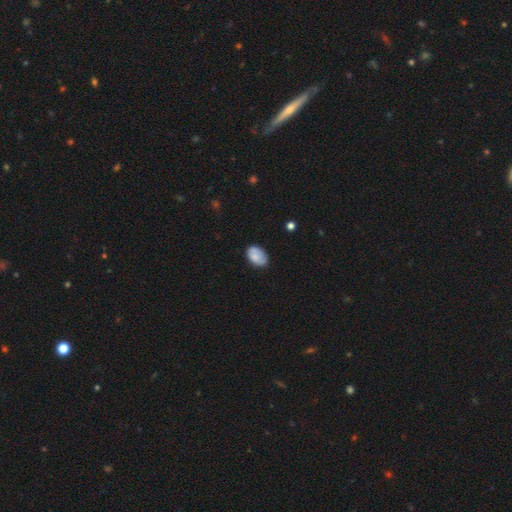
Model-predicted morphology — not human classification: Smooth or featured?
  - smooth: 74% *
  - featured or disk: 18%
  - star or artifact: 7%
How rounded?
  - in between: 86% *
  - round: 13%
  - cigar-shaped: 1%
Merging?
  - none: 72% *
  - minor disturbance: 22%
  - major disturbance: 4%
  - merger: 2%